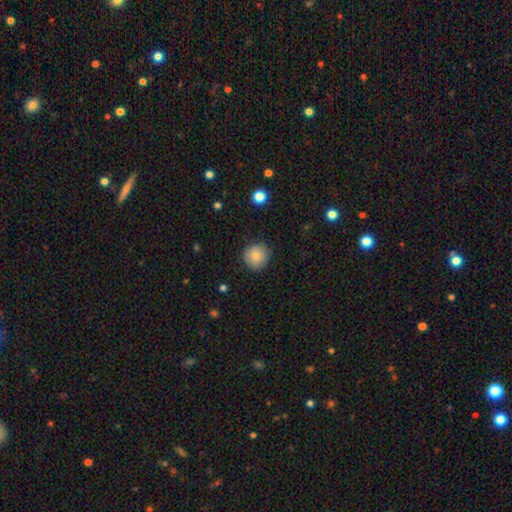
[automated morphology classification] Overall: smooth (81%). How rounded: round (93%). Merging: none (85%).